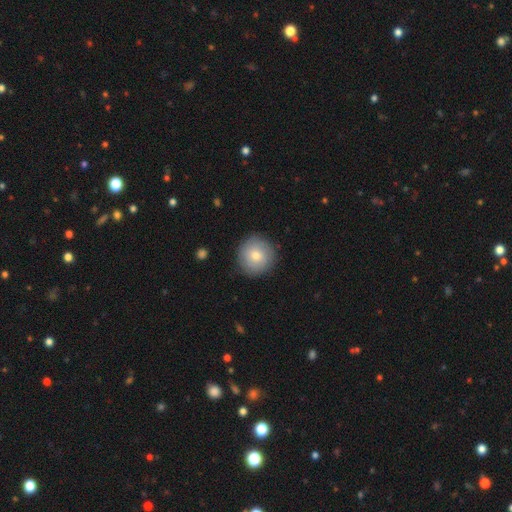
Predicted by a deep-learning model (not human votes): smooth 72%, featured or disk 20%, star or artifact 7%. Down the decision tree: how rounded — round (94%); merging — none (88%).